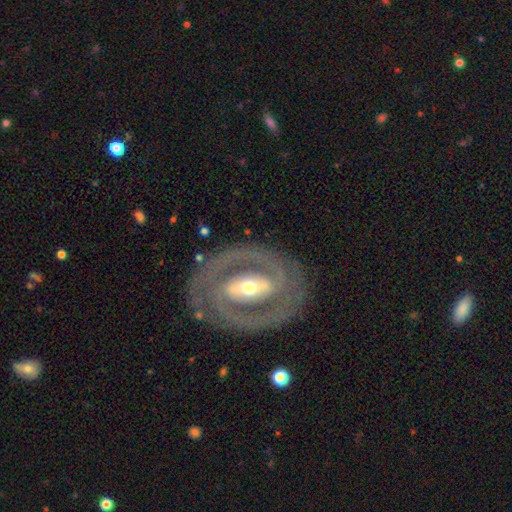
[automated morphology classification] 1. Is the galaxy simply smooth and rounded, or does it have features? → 86% featured or disk, 9% smooth, 5% star or artifact.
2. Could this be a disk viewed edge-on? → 95% no, 5% yes.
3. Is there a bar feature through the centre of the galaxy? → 49% strong, 29% weak, 22% no.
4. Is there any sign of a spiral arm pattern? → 78% yes, 22% no.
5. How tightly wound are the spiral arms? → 60% tight, 31% medium, 9% loose.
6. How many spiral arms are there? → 77% 2, 11% can't tell, 5% 1, 3% 3, 2% 4, 1% more than 4.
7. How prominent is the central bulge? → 52% moderate, 41% small, 5% large, 1% dominant, 1% none.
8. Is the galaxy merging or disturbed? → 81% none, 12% minor disturbance, 6% major disturbance, 1% merger.